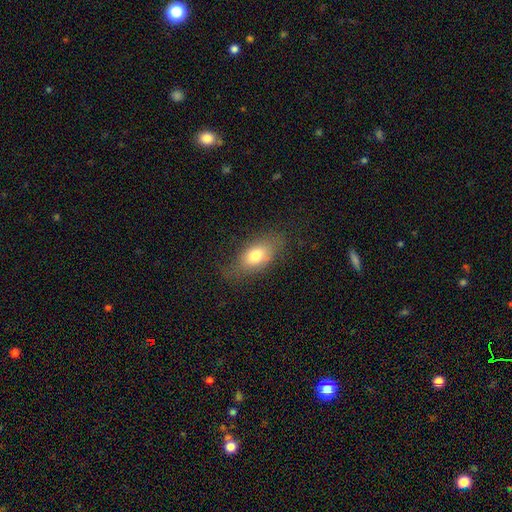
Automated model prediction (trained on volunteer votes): Q: Smooth or featured?
A: smooth (74%); runner-up: featured or disk (17%)
Q: How rounded?
A: in between (85%); runner-up: round (9%)
Q: Merging?
A: none (68%); runner-up: minor disturbance (21%)